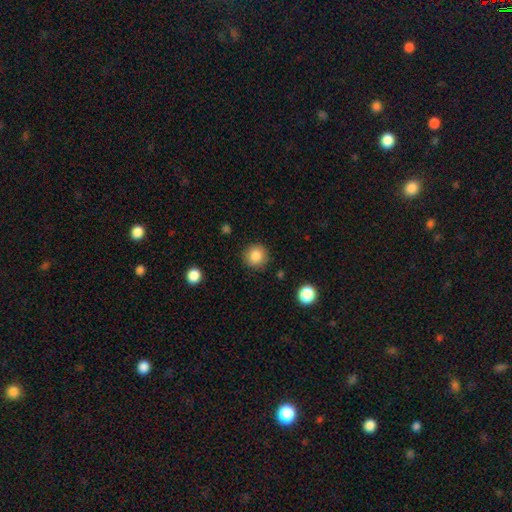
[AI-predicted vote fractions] smooth 86%, star or artifact 10%, featured or disk 5%. Down the decision tree: how rounded — round (93%); merging — none (89%).